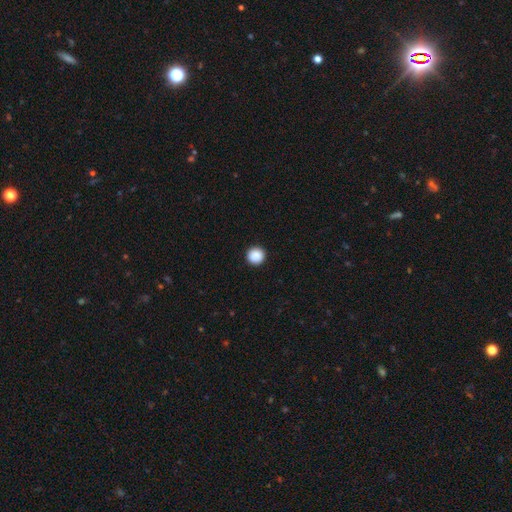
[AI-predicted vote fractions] Smooth or featured?
  - smooth: 89% *
  - star or artifact: 9%
  - featured or disk: 2%
How rounded?
  - round: 96% *
  - in between: 3%
  - cigar-shaped: 1%
Merging?
  - none: 94% *
  - minor disturbance: 4%
  - major disturbance: 1%
  - merger: 1%